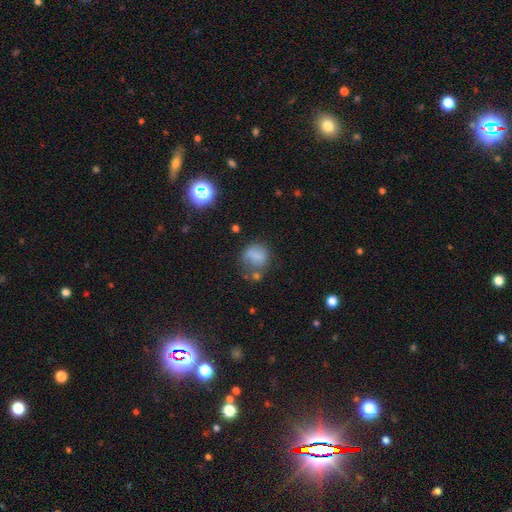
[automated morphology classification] smooth-or-featured: smooth: 75% | featured or disk: 14% | star or artifact: 12%
  how-rounded: round: 68% | in between: 30% | cigar-shaped: 2%
  merging: none: 49% | minor disturbance: 25% | major disturbance: 16% | merger: 10%